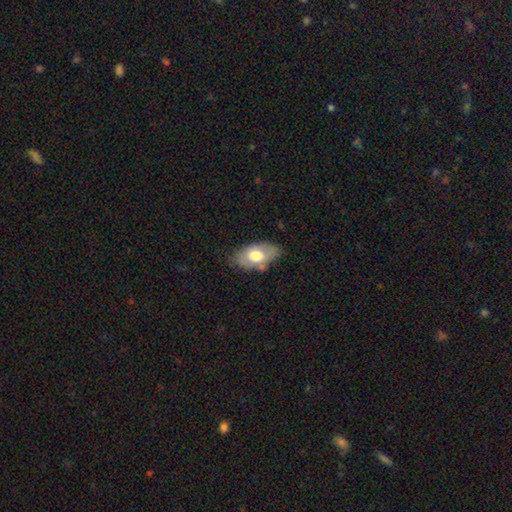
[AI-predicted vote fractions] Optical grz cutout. It shows a smooth galaxy with no disk features (64%) that is in between round and cigar-shaped (92%). Merging: none (68%).